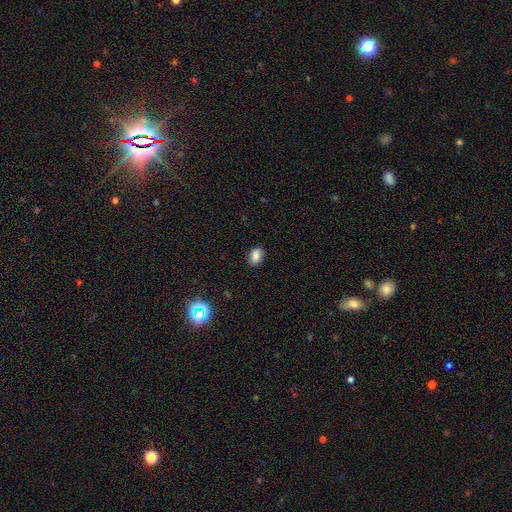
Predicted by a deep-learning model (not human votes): This appears to be a smooth galaxy with no disk features (82%) that is in between round and cigar-shaped (82%). Merging: none (86%).